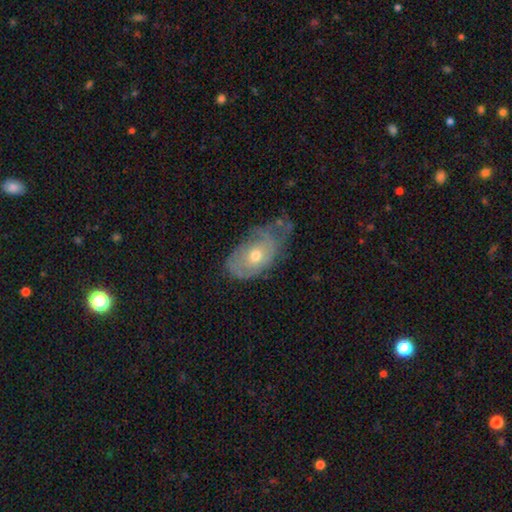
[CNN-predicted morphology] This is possibly a featured or disk galaxy (54%). It is clearly not viewed edge-on (92%). Merging: marginally minor disturbance (39%).